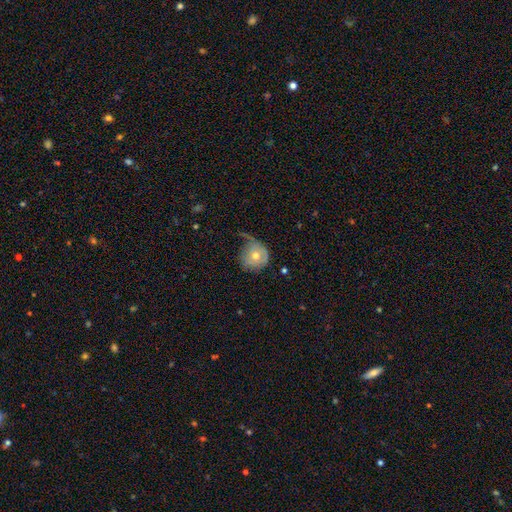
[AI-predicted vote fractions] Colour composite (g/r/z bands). It shows a smooth galaxy with no disk features (60%) that is round (89%). Merging: none (40%).